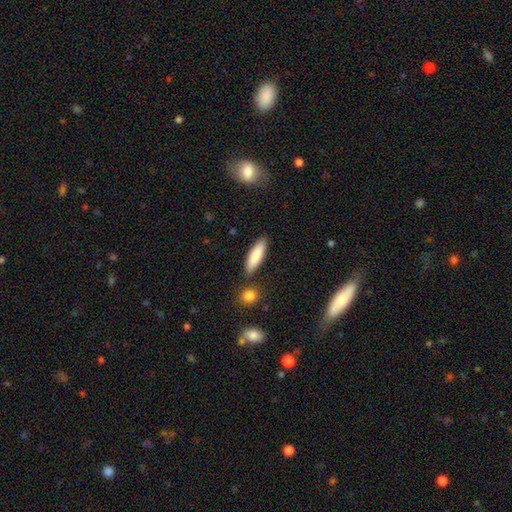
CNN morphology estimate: A smooth galaxy with no disk features (84%) that is cigar-shaped (60%). Merging: none (84%).